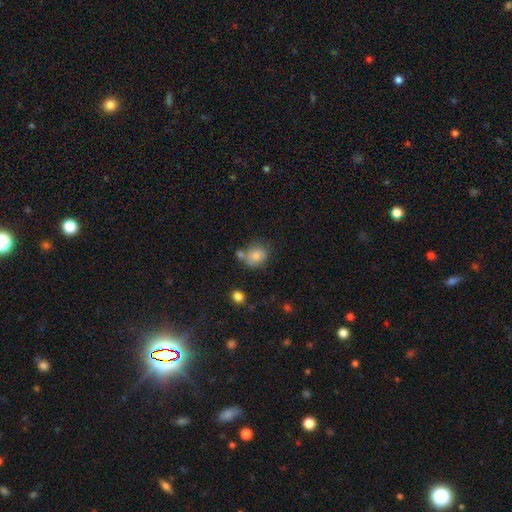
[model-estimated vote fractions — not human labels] smooth-or-featured: smooth: 80% | featured or disk: 10% | star or artifact: 10%
  how-rounded: round: 64% | in between: 35% | cigar-shaped: 1%
  merging: none: 56% | merger: 20% | minor disturbance: 18% | major disturbance: 6%